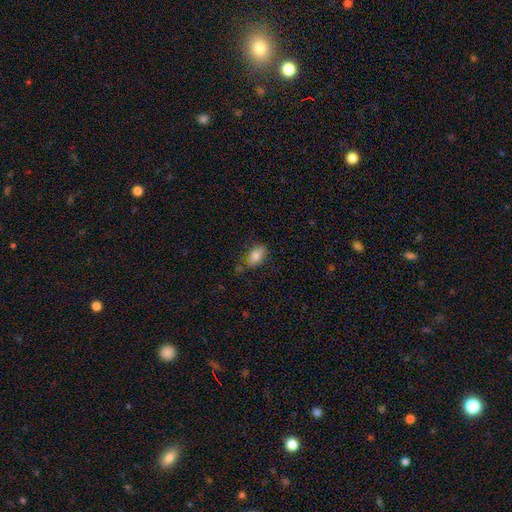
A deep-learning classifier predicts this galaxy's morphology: The model was most divided on "merging": none: 65%, minor disturbance: 24%, major disturbance: 7%, merger: 4%. More confident: how rounded — in between (87%); smooth or featured — smooth (78%).